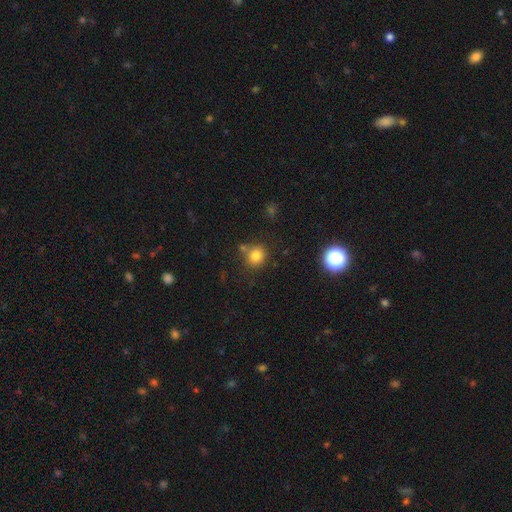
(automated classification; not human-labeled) Smooth or featured?
  - smooth: 80% *
  - star or artifact: 13%
  - featured or disk: 7%
How rounded?
  - round: 84% *
  - in between: 15%
  - cigar-shaped: 1%
Merging?
  - none: 70% *
  - minor disturbance: 13%
  - merger: 13%
  - major disturbance: 4%